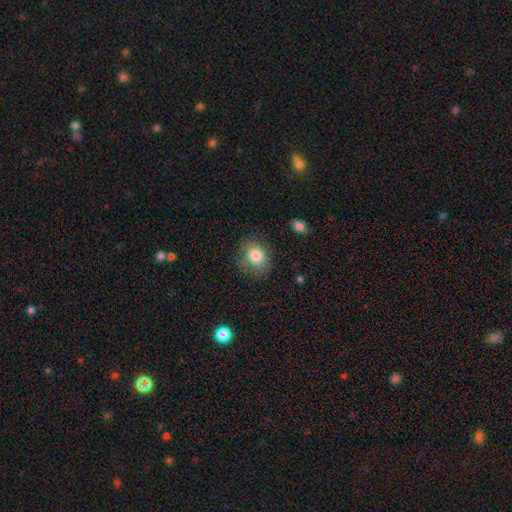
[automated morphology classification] smooth 79%, featured or disk 12%, star or artifact 9%. Down the decision tree: how rounded — round (64%); merging — none (73%).